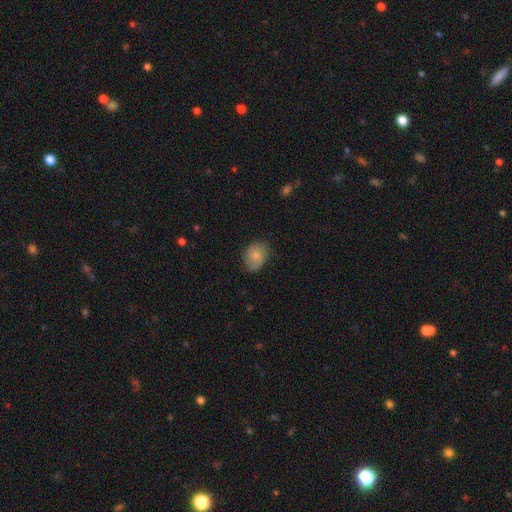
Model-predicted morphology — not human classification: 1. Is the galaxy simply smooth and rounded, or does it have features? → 72% smooth, 21% featured or disk, 7% star or artifact.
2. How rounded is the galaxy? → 61% in between, 38% round, 1% cigar-shaped.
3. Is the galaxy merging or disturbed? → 71% none, 23% minor disturbance, 5% major disturbance, 1% merger.